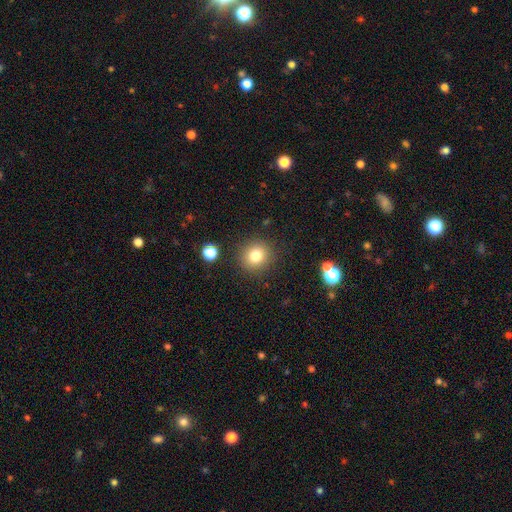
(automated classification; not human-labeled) Morphology: type=smooth (80%); roundness=round (89%); merging=none (88%).